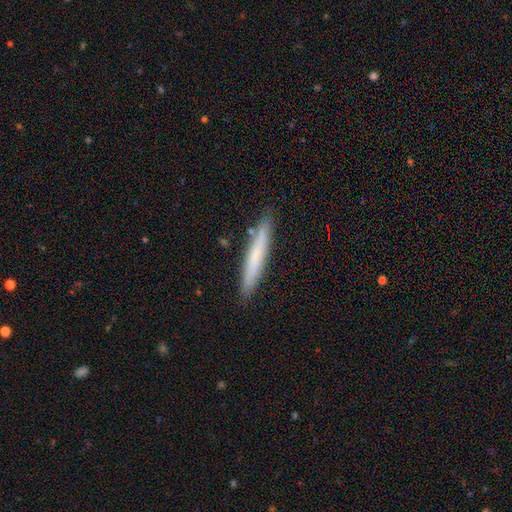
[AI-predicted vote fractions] smooth_or_featured: smooth (p=0.61) [alt: featured or disk p=0.32]
how_rounded: cigar-shaped (p=0.95) [alt: in between p=0.04]
merging: none (p=0.87) [alt: minor disturbance p=0.10]